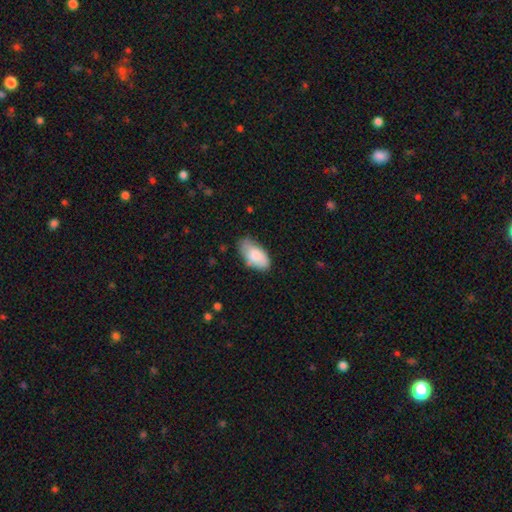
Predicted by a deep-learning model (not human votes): Morphology: type=smooth (81%); roundness=in between (94%); merging=none (67%).